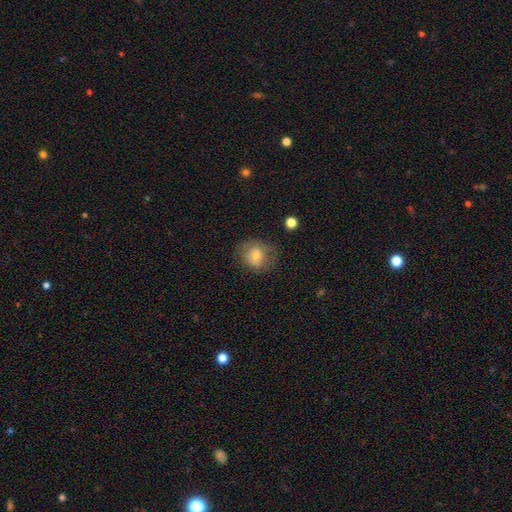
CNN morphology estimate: Q: Smooth or featured?
A: smooth (66%); runner-up: featured or disk (24%)
Q: How rounded?
A: round (66%); runner-up: in between (33%)
Q: Merging?
A: none (63%); runner-up: minor disturbance (22%)